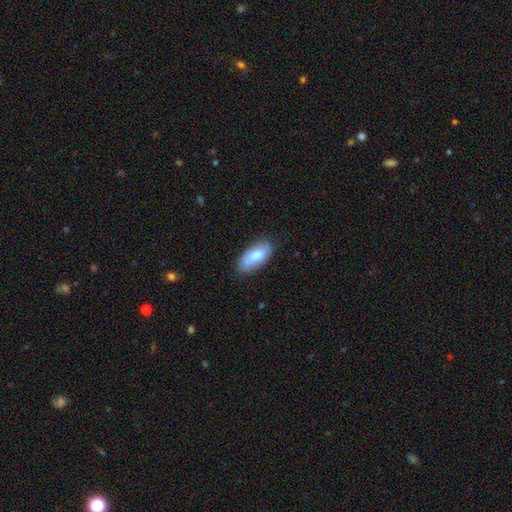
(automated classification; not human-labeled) A smooth galaxy with no disk features (77%) that is in between round and cigar-shaped (91%). Merging: none (71%).